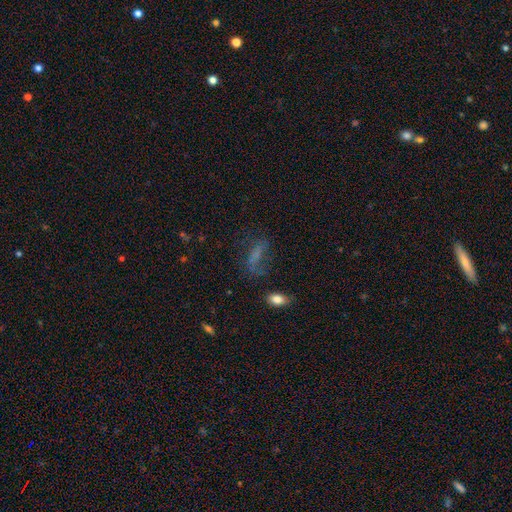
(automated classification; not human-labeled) smooth-or-featured: smooth: 50% | featured or disk: 28% | star or artifact: 22%
  merging: none: 46% | major disturbance: 27% | minor disturbance: 22% | merger: 5%